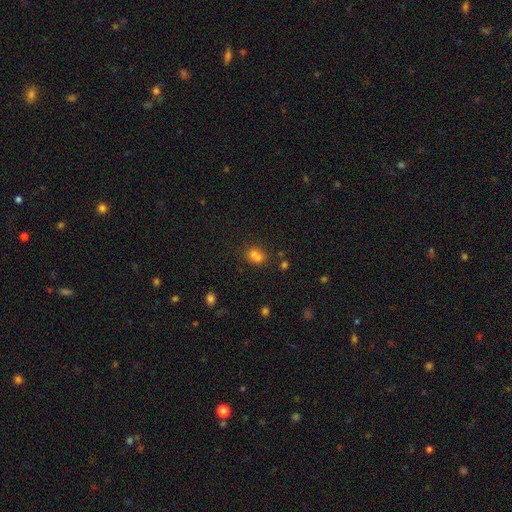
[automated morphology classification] Smooth or featured? smooth (68%)
How rounded? round (50%)
Merging? none (47%)